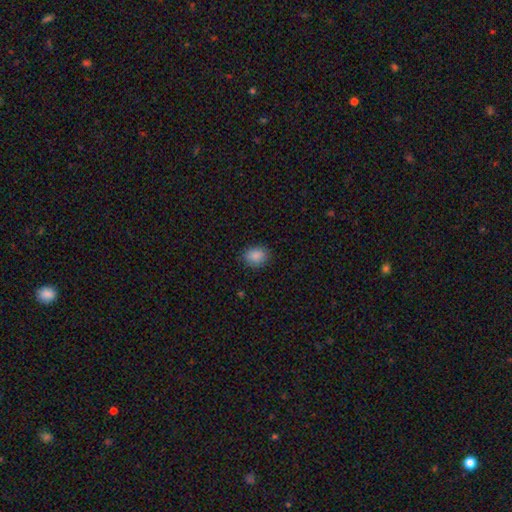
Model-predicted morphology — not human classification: type=smooth (87%); roundness=in between (52%); merging=none (85%).